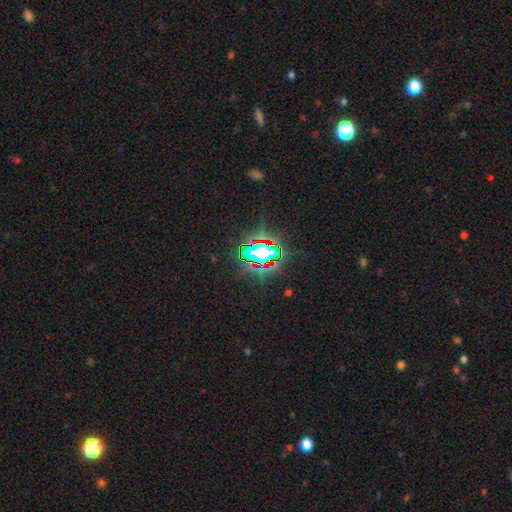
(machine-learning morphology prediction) smooth_or_featured: star or artifact (p=0.76) [alt: smooth p=0.14]